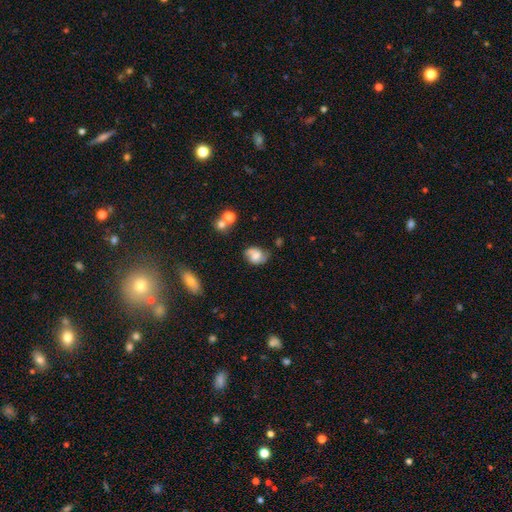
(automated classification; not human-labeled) Smooth or featured: featured or disk — 49% (smooth — 42%)
Merging: none — 61% (minor disturbance — 27%)